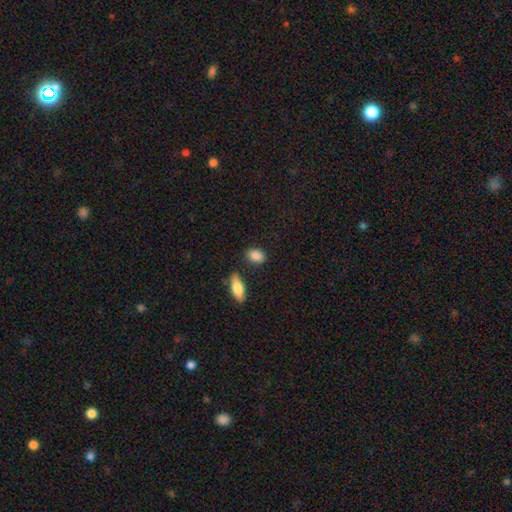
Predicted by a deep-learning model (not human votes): A smooth galaxy with no disk features (88%) that is in between round and cigar-shaped (80%). Merging: none (80%).